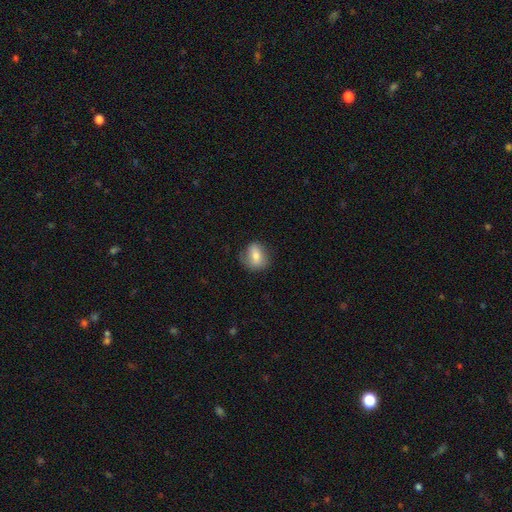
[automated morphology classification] smooth-or-featured: smooth: 70% | featured or disk: 22% | star or artifact: 8%
  how-rounded: in between: 52% | round: 46% | cigar-shaped: 2%
  merging: none: 68% | minor disturbance: 22% | major disturbance: 8% | merger: 1%